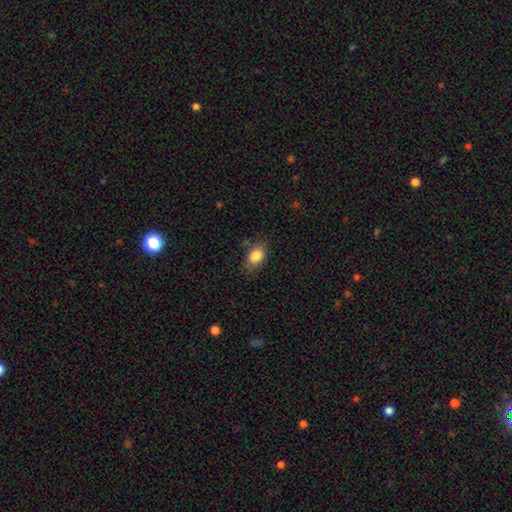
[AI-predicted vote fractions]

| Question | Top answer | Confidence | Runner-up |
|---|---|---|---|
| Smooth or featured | smooth | 84% | featured or disk (8%) |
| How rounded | in between | 82% | round (15%) |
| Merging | none | 75% | minor disturbance (19%) |